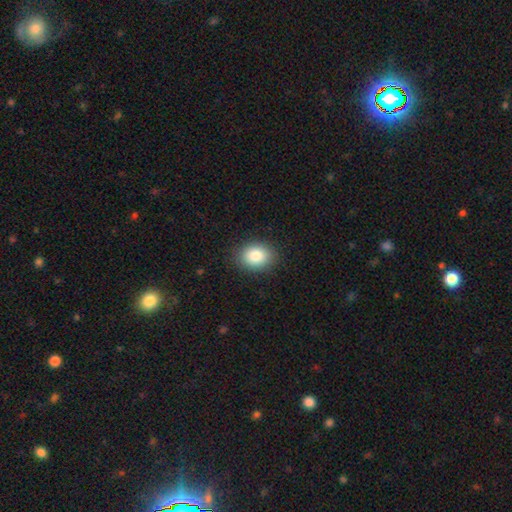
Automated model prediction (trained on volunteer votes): A smooth galaxy with no disk features (84%) that is in between round and cigar-shaped (55%). Merging: none (88%).